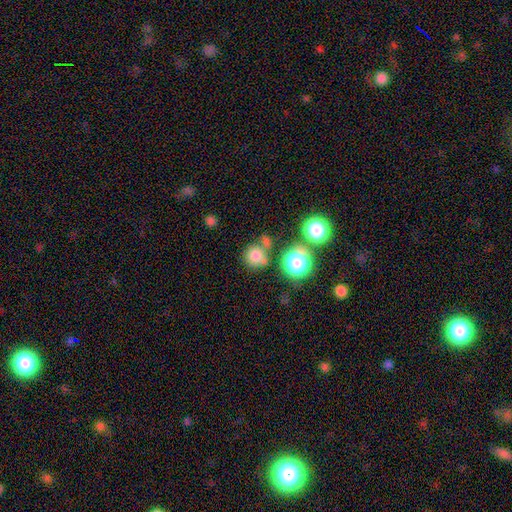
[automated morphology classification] Smooth or featured? smooth (74%)
How rounded? round (88%)
Merging? none (63%)